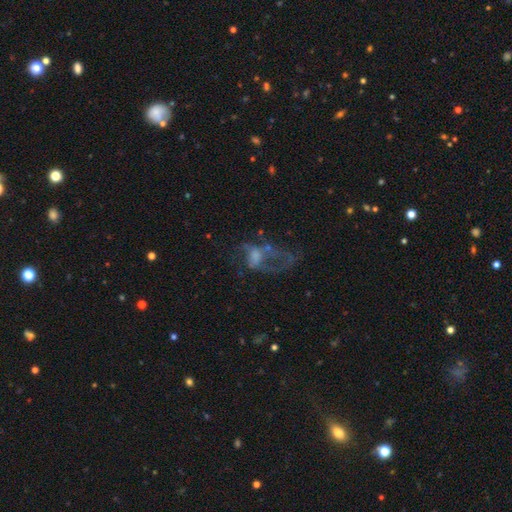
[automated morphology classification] smooth-or-featured: featured or disk: 60% | smooth: 22% | star or artifact: 18%
  disk-edge-on: no: 96% | yes: 4%
    bar: no: 70% | weak: 25% | strong: 5%
    has-spiral-arms: no: 55% | yes: 45%
    bulge-size: small: 32% | moderate: 31% | none: 28% | large: 7% | dominant: 2%
  merging: major disturbance: 49% | none: 30% | minor disturbance: 13% | merger: 8%